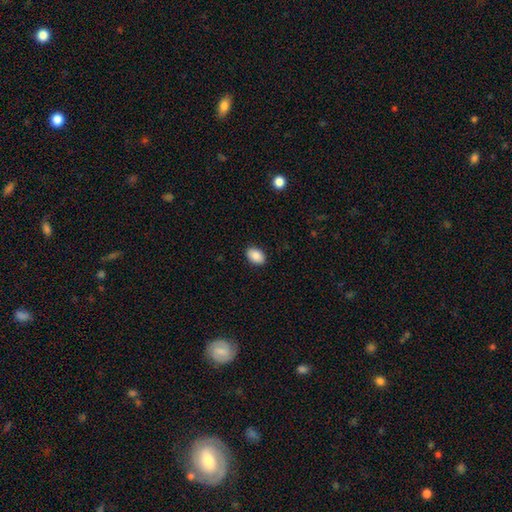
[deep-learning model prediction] Smooth or featured? Predicted: smooth (p=0.87). How rounded? Predicted: in between (p=0.87). Merging? Predicted: none (p=0.89).